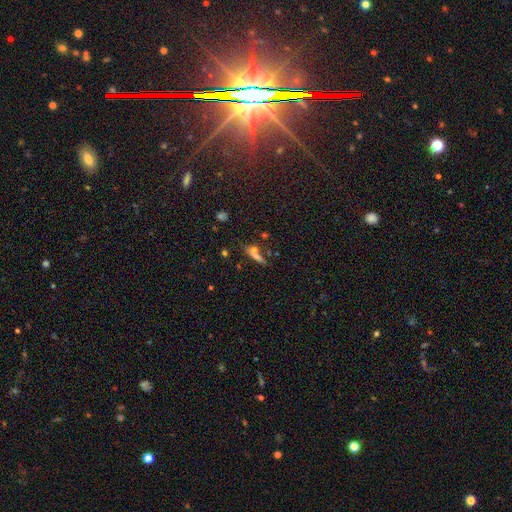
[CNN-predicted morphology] smooth-or-featured: smooth: 45% | star or artifact: 30% | featured or disk: 26%
  merging: none: 57% | merger: 19% | minor disturbance: 14% | major disturbance: 9%